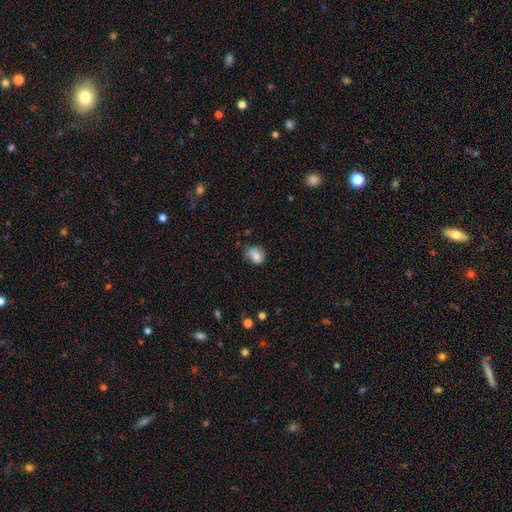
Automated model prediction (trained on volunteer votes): Smooth or featured? Predicted: smooth (p=0.73). How rounded? Predicted: round (p=0.57). Merging? Predicted: none (p=0.50).